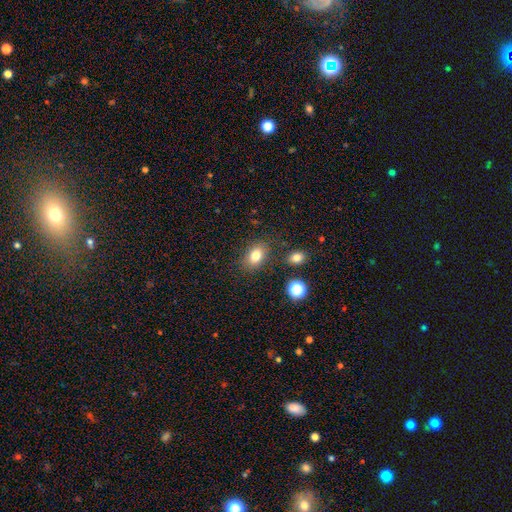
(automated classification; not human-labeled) The model was most divided on "how rounded": in between: 77%, round: 22%, cigar-shaped: 2%. More confident: merging — none (81%); smooth or featured — smooth (79%).